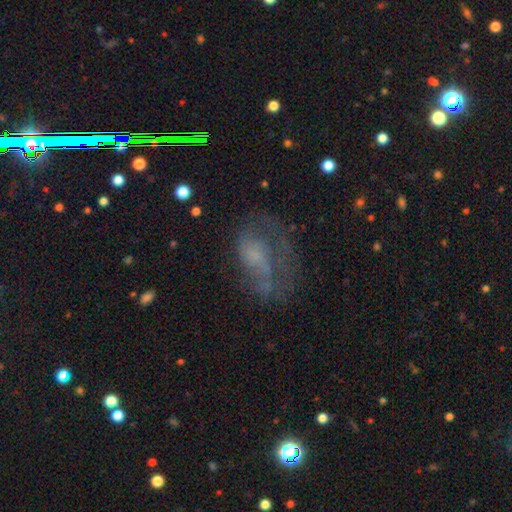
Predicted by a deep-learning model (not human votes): A featured or disk galaxy (51%). Merging: major disturbance (41%).